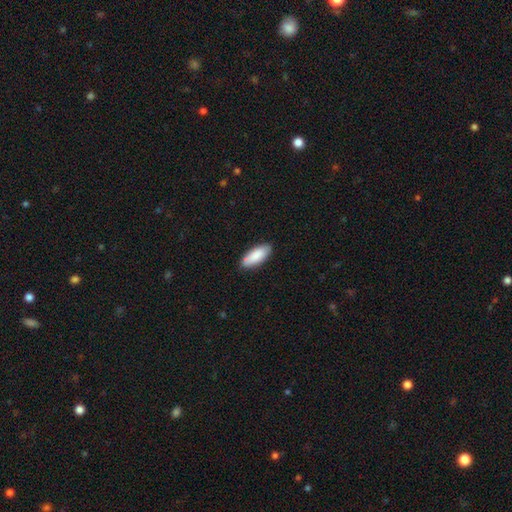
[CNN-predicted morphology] Smooth or featured?
  - smooth: 87% *
  - featured or disk: 7%
  - star or artifact: 5%
How rounded?
  - in between: 81% *
  - cigar-shaped: 18%
  - round: 2%
Merging?
  - none: 86% *
  - minor disturbance: 11%
  - major disturbance: 2%
  - merger: 1%